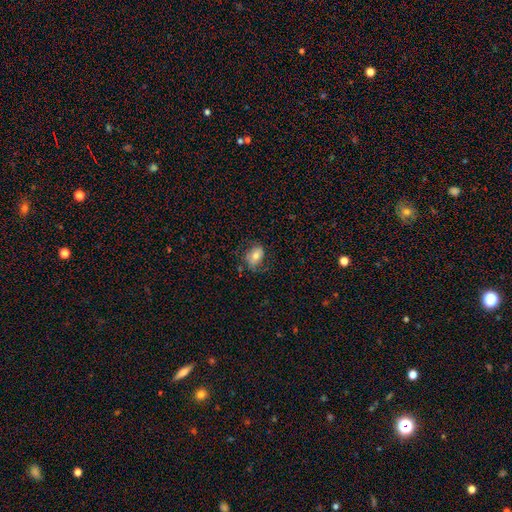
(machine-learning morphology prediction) Q: Smooth or featured?
A: smooth (70%); runner-up: featured or disk (21%)
Q: How rounded?
A: in between (79%); runner-up: round (19%)
Q: Merging?
A: none (66%); runner-up: minor disturbance (23%)